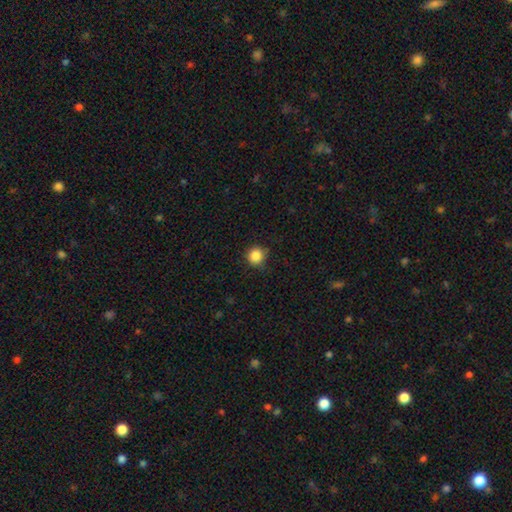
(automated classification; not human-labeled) smooth-or-featured: smooth: 86% | star or artifact: 11% | featured or disk: 4%
  how-rounded: round: 94% | in between: 5% | cigar-shaped: 1%
  merging: none: 83% | minor disturbance: 13% | major disturbance: 3% | merger: 1%